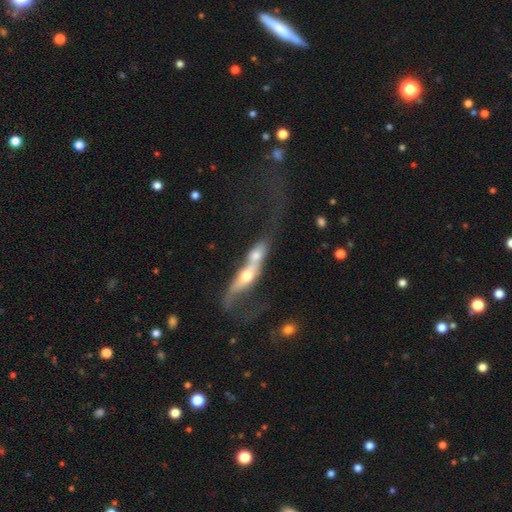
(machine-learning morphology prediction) Smooth or featured: featured or disk — 51% (smooth — 41%)
Edge-on disk: no — 58% (yes — 42%)
Merging: merger — 77% (major disturbance — 9%)